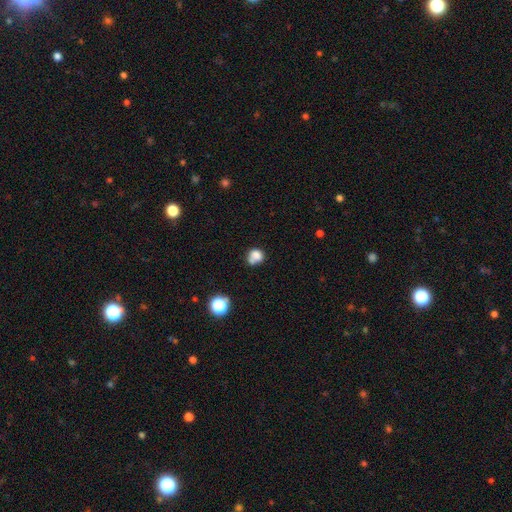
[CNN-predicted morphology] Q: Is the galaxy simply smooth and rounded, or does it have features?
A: smooth — 75%.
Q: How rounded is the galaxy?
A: round — 69%.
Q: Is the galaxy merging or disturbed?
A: none — 41%.